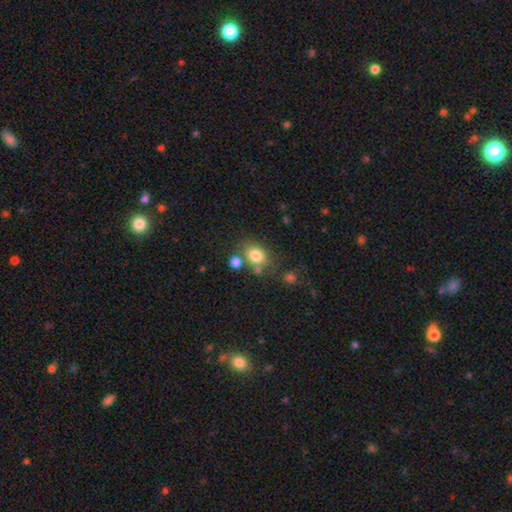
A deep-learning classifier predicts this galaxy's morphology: This is likely a smooth galaxy (79%). How rounded: likely in between (60%). Merging: likely none (62%).